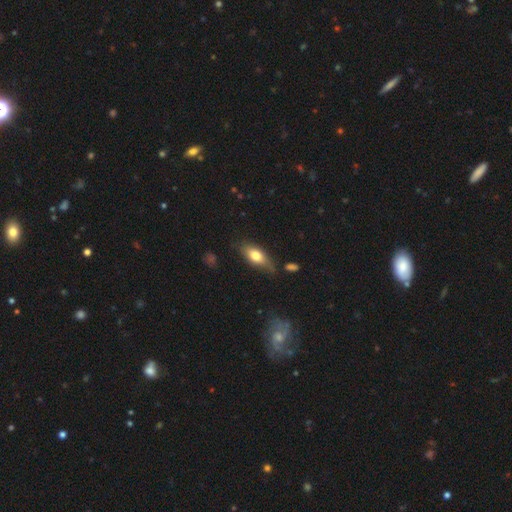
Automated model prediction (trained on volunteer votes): The model was most divided on "merging": none: 64%, minor disturbance: 26%, major disturbance: 6%, merger: 3%. More confident: how rounded — in between (80%); smooth or featured — smooth (72%).